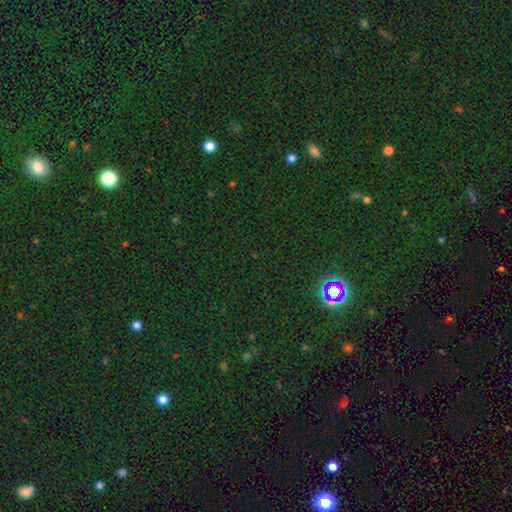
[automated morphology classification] This is likely a star or artifact rather than a galaxy (72%).